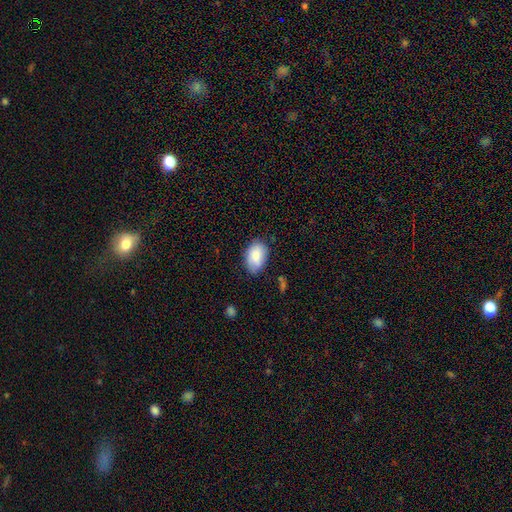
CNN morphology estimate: smooth-or-featured: smooth: 84% | featured or disk: 10% | star or artifact: 7%
  how-rounded: in between: 90% | round: 8% | cigar-shaped: 1%
  merging: none: 72% | minor disturbance: 22% | major disturbance: 4% | merger: 2%